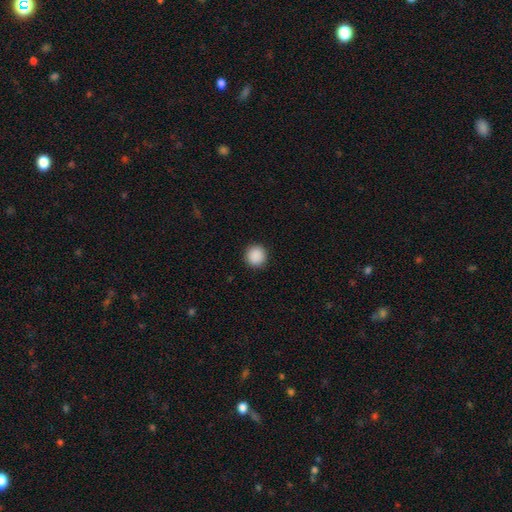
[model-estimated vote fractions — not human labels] The model was most divided on "smooth or featured": smooth: 89%, star or artifact: 8%, featured or disk: 2%. More confident: how rounded — round (94%); merging — none (92%).